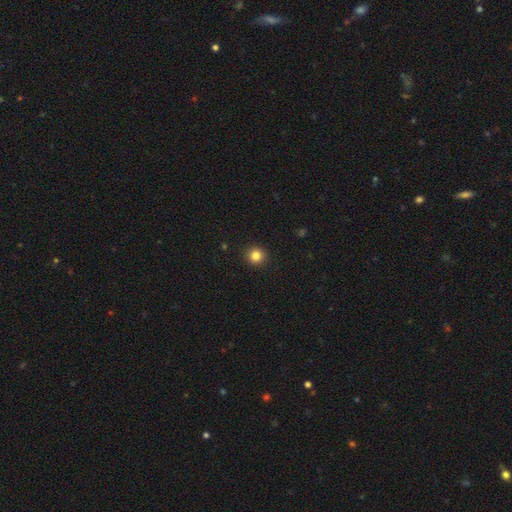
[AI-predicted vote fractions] smooth_or_featured: smooth (p=0.83) [alt: star or artifact p=0.12]
how_rounded: round (p=0.94) [alt: in between p=0.05]
merging: none (p=0.93) [alt: minor disturbance p=0.05]